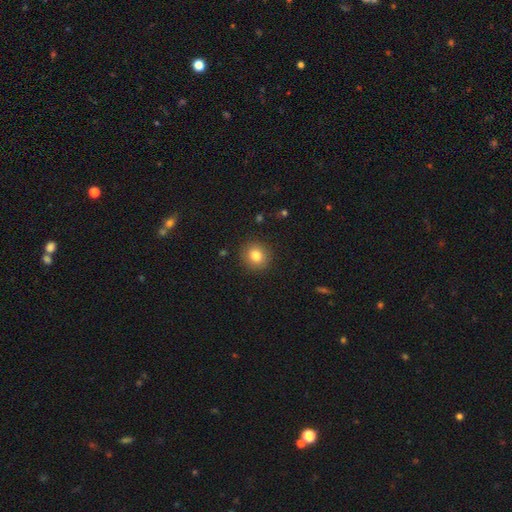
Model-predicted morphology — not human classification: type=smooth (83%); roundness=round (85%); merging=none (89%).